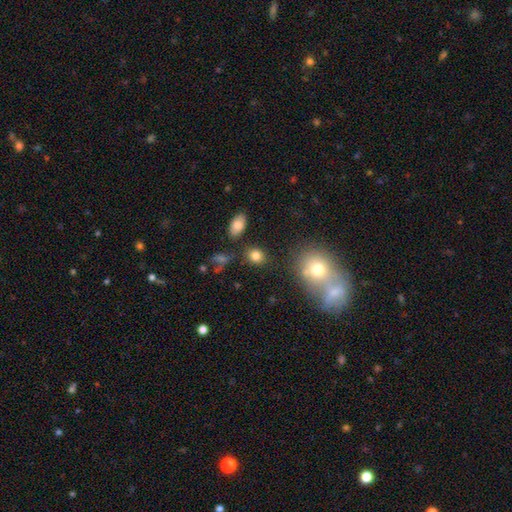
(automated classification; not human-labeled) A smooth galaxy with no disk features (82%) that is round (56%). Merging: none (83%).